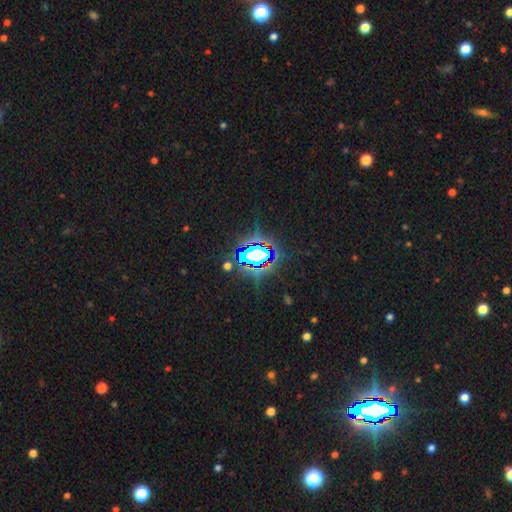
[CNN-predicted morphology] Smooth or featured? Predicted: star or artifact (p=0.72).